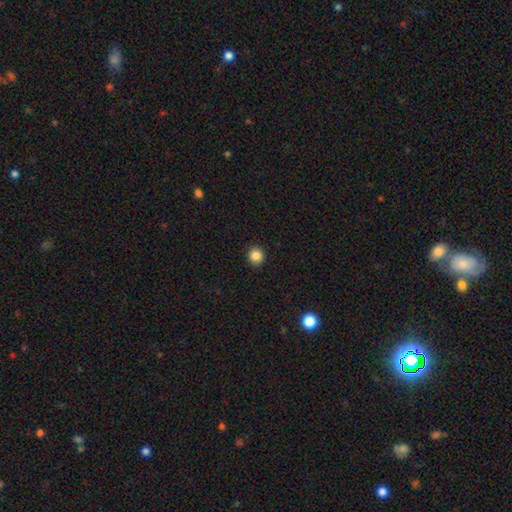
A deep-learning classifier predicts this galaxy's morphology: A smooth galaxy with no disk features (85%) that is round (86%). Merging: none (91%).